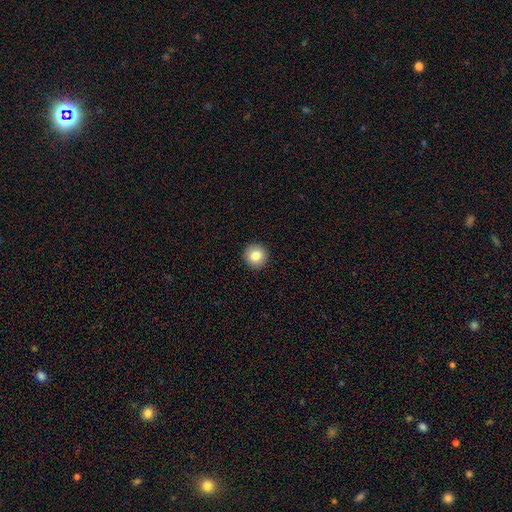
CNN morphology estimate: type=smooth (83%); roundness=round (95%); merging=none (93%).